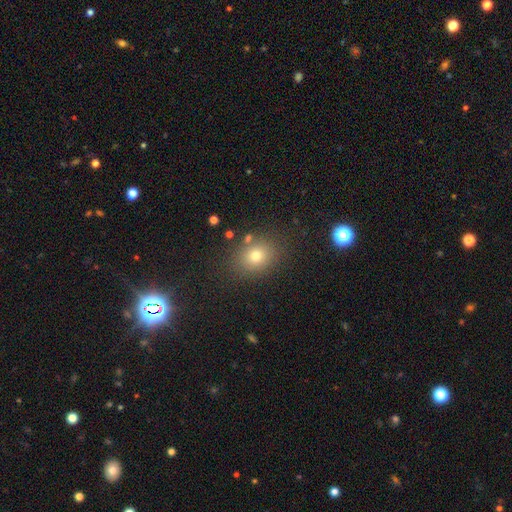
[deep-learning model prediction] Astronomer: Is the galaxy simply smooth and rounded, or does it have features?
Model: smooth — 73%.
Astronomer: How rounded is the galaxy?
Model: round — 51% (runner-up: in between, 48%).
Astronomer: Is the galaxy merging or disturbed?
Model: none — 81%.